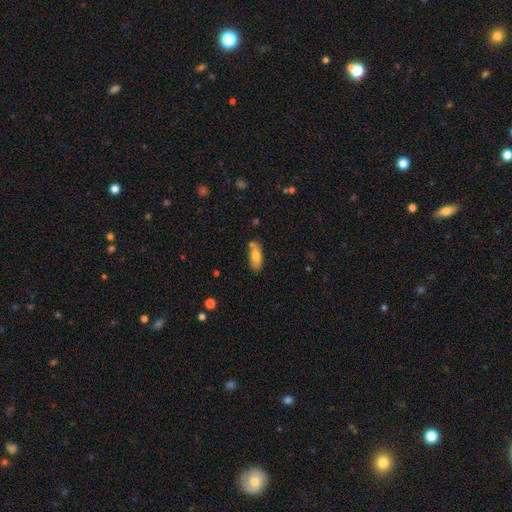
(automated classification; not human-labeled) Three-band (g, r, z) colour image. It shows a smooth galaxy with no disk features (74%) that is in between round and cigar-shaped (76%). Merging: none (64%).